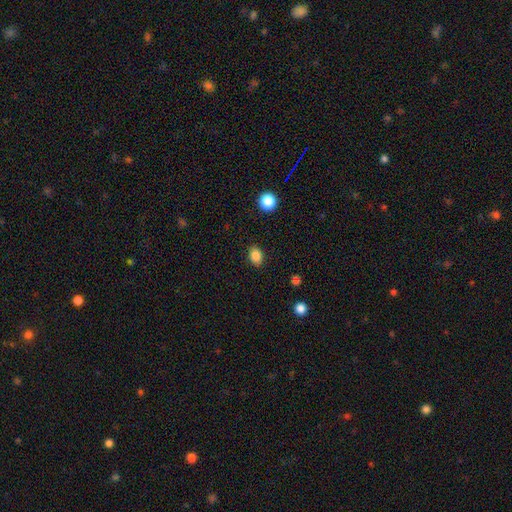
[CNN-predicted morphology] smooth-or-featured: smooth: 86% | star or artifact: 10% | featured or disk: 4%
  how-rounded: in between: 61% | round: 38% | cigar-shaped: 1%
  merging: none: 87% | minor disturbance: 9% | major disturbance: 3% | merger: 1%